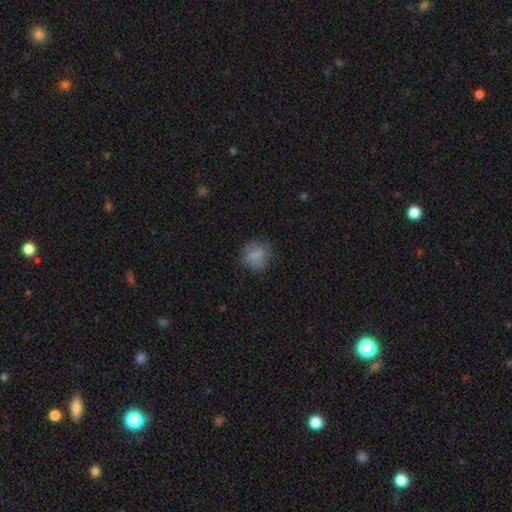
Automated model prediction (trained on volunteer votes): A smooth galaxy with no disk features (76%) that is round (72%).

Vote fractions:
- Smooth or featured? smooth: 76% / featured or disk: 15% / star or artifact: 10%
- How rounded? round: 72% / in between: 27% / cigar-shaped: 2%
- Merging? none: 71% / minor disturbance: 19% / major disturbance: 8% / merger: 2%